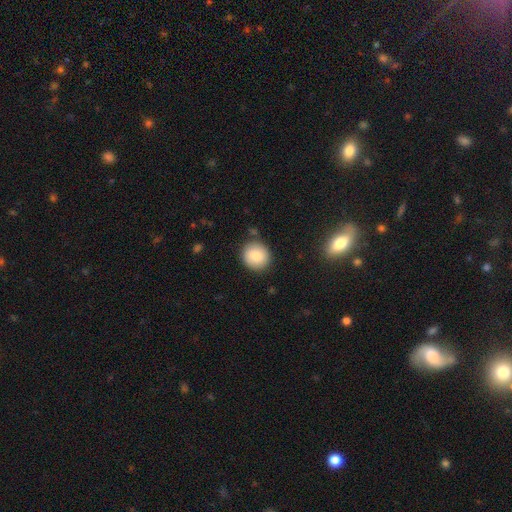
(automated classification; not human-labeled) Morphology: type=smooth (86%); roundness=round (86%); merging=none (85%).